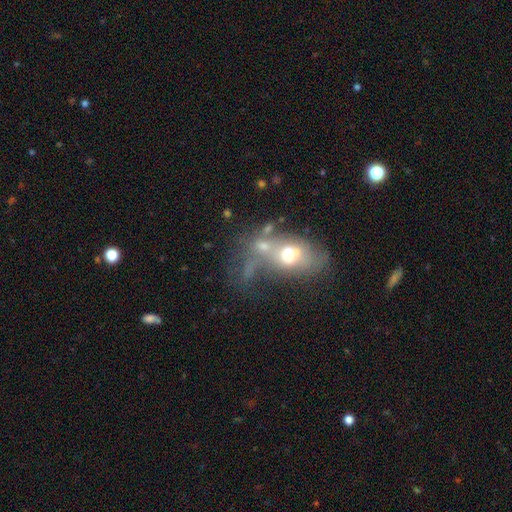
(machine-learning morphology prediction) Overall: smooth (48%; featured or disk 37%). Merging: merger (49%; major disturbance 21%).